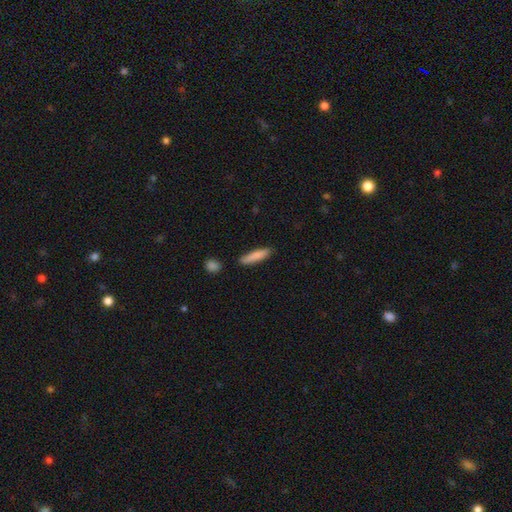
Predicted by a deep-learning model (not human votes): Smooth or featured?
  - smooth: 84% *
  - featured or disk: 10%
  - star or artifact: 6%
How rounded?
  - cigar-shaped: 78% *
  - in between: 20%
  - round: 2%
Merging?
  - none: 82% *
  - minor disturbance: 12%
  - merger: 3%
  - major disturbance: 2%